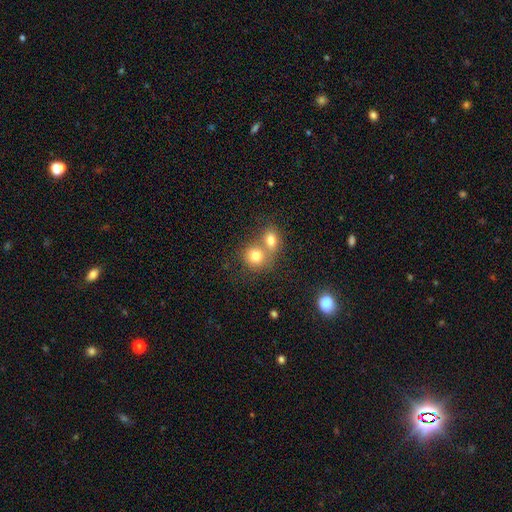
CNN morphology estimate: Smooth or featured?
  - smooth: 77% *
  - featured or disk: 12%
  - star or artifact: 11%
How rounded?
  - round: 77% *
  - in between: 22%
  - cigar-shaped: 1%
Merging?
  - merger: 56% *
  - none: 35%
  - minor disturbance: 6%
  - major disturbance: 3%